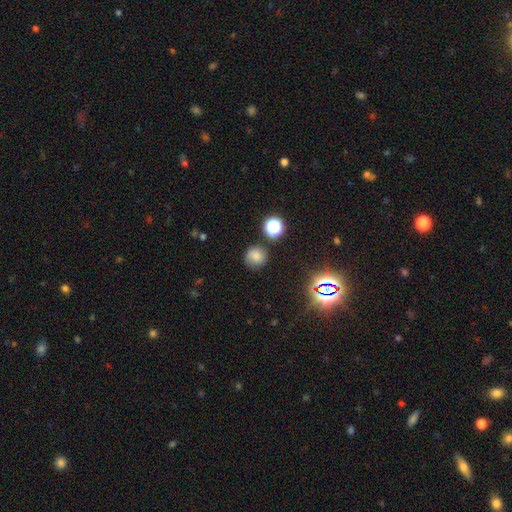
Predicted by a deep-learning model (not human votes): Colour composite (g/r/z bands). It shows a smooth galaxy with no disk features (71%) that is round (90%). Merging: none (77%).